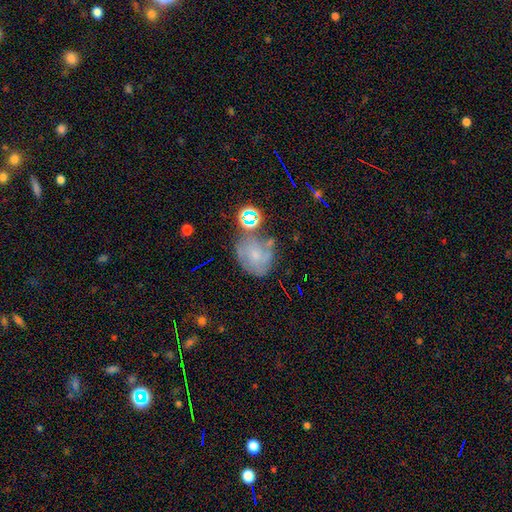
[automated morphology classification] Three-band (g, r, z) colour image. It shows a smooth galaxy with no disk features (40%, tied with featured or disk). Merging: none (49%).